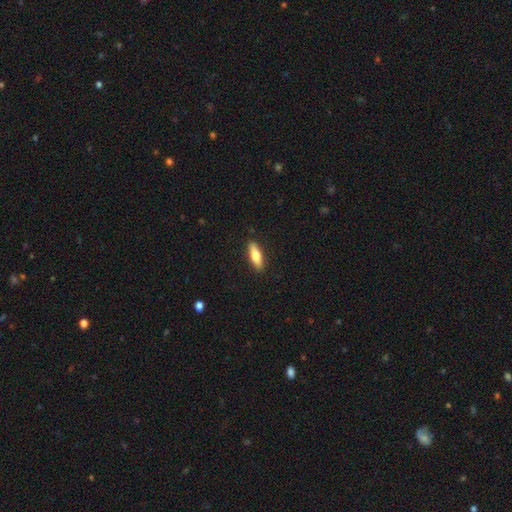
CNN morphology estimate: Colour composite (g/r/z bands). It shows a smooth galaxy with no disk features (65%) that is in between round and cigar-shaped (49%). Merging: none (90%).